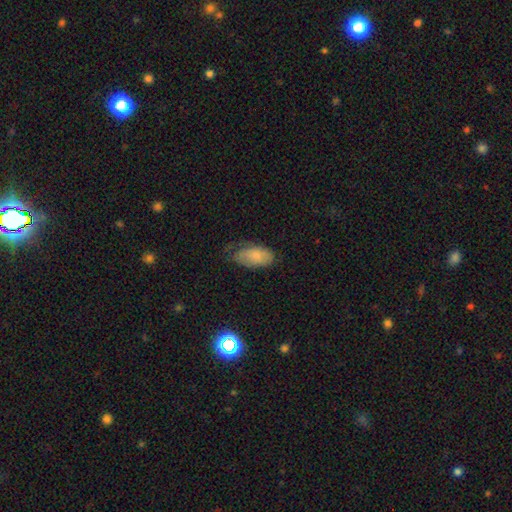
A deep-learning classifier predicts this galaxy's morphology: Smooth or featured: smooth — 75% (featured or disk — 17%)
How rounded: in between — 94% (cigar-shaped — 3%)
Merging: none — 46% (minor disturbance — 37%)